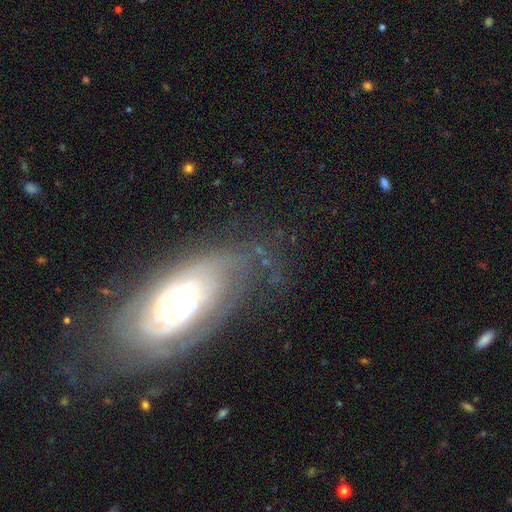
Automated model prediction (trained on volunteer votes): Morphology: type=featured or disk (76%); edge-on=no (91%); bar=no (78%); spiral arms=yes (89%); winding=tight (68%); arm count=can't tell (50%); bulge=small (54%); merging=none (67%).